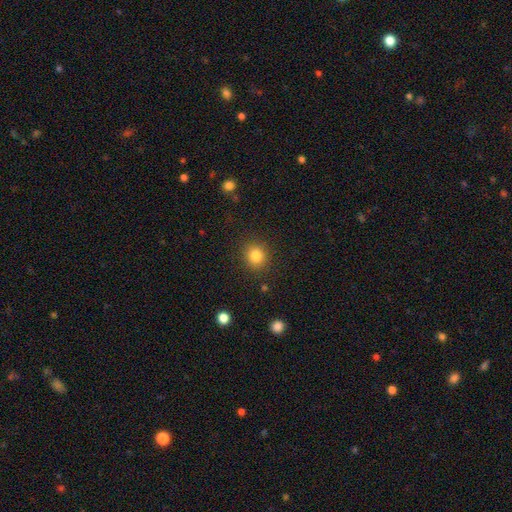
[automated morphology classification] This is clearly a smooth galaxy (83%). How rounded: clearly round (87%). Merging: clearly none (89%).